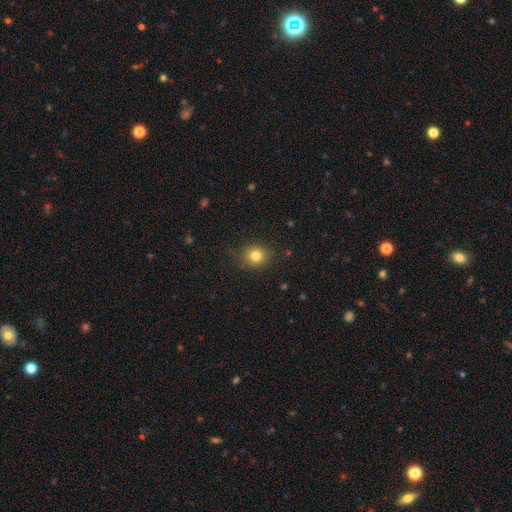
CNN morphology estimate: Smooth or featured: smooth — 81% (star or artifact — 12%)
How rounded: round — 85% (in between — 15%)
Merging: none — 84% (minor disturbance — 11%)